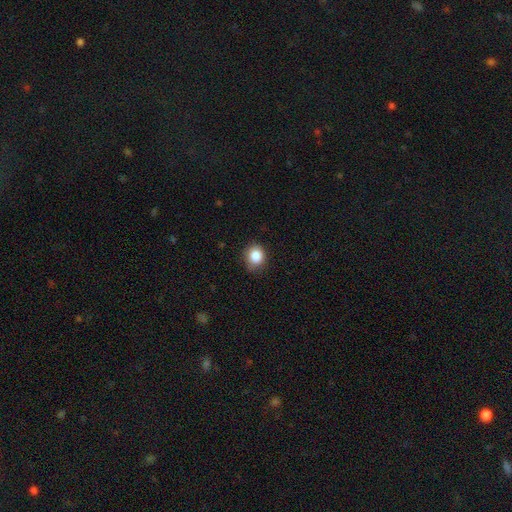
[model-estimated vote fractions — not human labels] This is clearly a smooth galaxy (85%). How rounded: likely round (71%). Merging: likely none (79%).